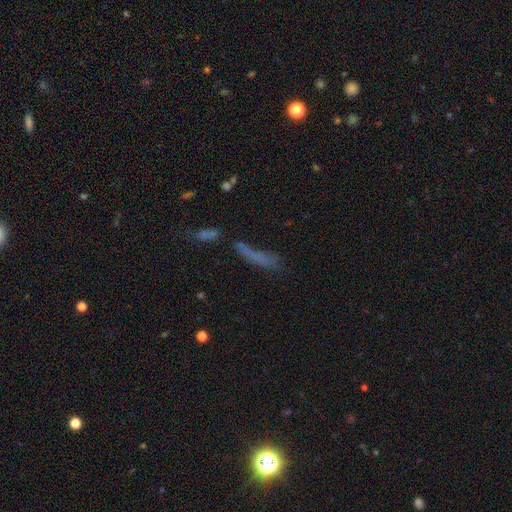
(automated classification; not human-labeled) A smooth galaxy with no disk features (57%) that is cigar-shaped (79%). Merging: none (44%).